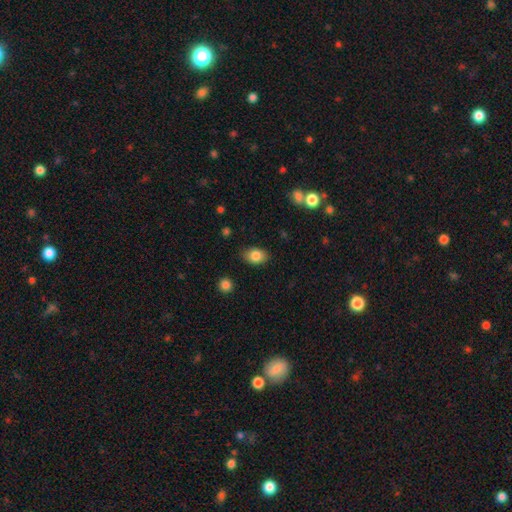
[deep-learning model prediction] Smooth or featured: smooth — 84% (star or artifact — 8%)
How rounded: in between — 78% (round — 21%)
Merging: none — 84% (minor disturbance — 12%)